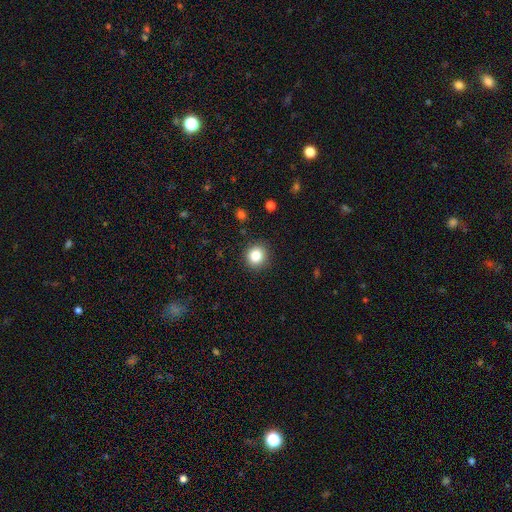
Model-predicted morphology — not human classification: smooth_or_featured: smooth (p=0.83) [alt: star or artifact p=0.11]
how_rounded: round (p=0.90) [alt: in between p=0.09]
merging: none (p=0.91) [alt: minor disturbance p=0.06]